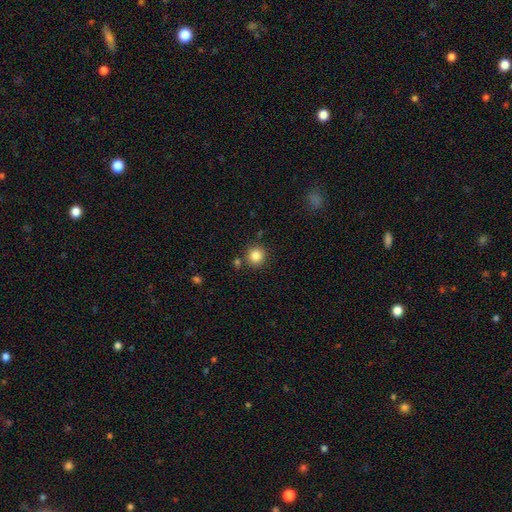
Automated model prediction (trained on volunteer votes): smooth-or-featured: smooth: 84% | star or artifact: 11% | featured or disk: 5%
  how-rounded: round: 92% | in between: 7% | cigar-shaped: 1%
  merging: none: 83% | minor disturbance: 8% | merger: 7% | major disturbance: 3%